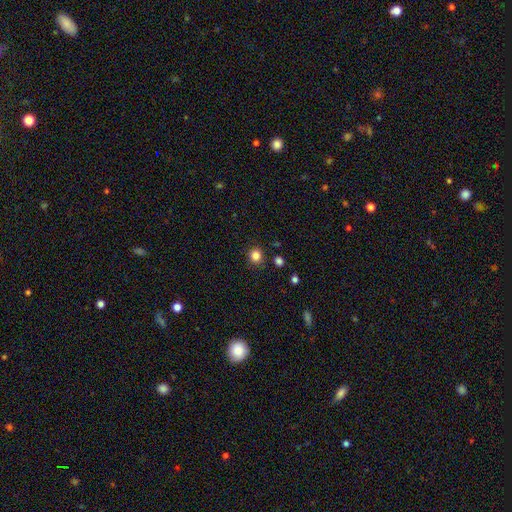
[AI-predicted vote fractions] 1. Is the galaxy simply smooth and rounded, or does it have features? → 84% smooth, 12% star or artifact, 4% featured or disk.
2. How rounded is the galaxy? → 89% round, 10% in between, 1% cigar-shaped.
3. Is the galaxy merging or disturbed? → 88% none, 7% minor disturbance, 3% merger, 2% major disturbance.